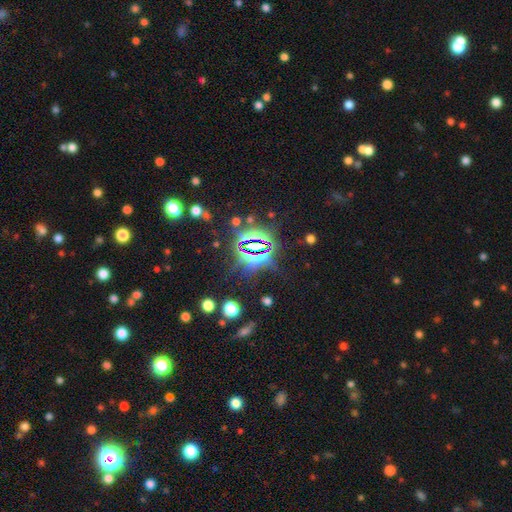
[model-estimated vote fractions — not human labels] This appears to be a star or artifact, not a galaxy (83%).